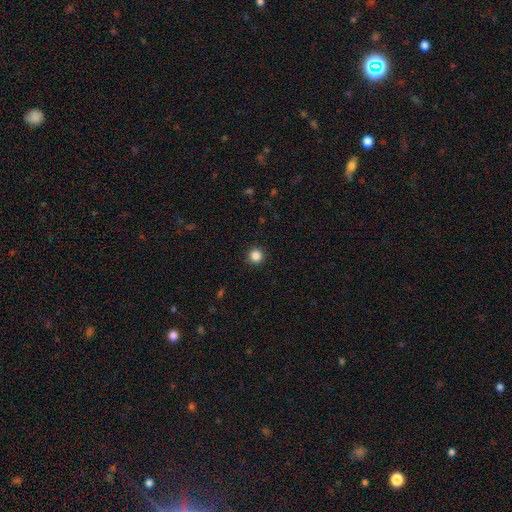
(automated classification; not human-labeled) Morphology: type=smooth (86%); roundness=round (95%); merging=none (93%).